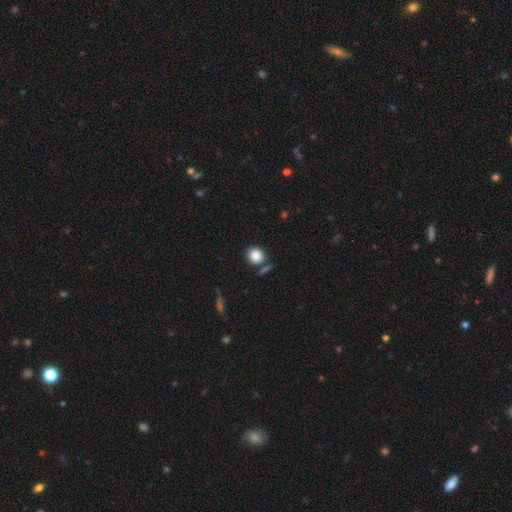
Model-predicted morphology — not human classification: This appears to be a smooth galaxy with no disk features (84%) that is round (82%). Merging: none (76%).